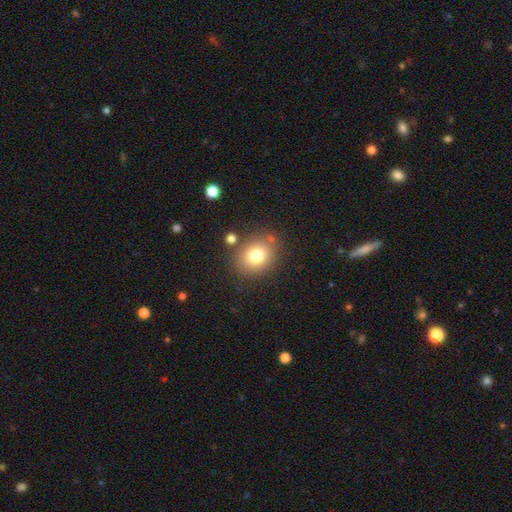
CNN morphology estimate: Smooth or featured? Predicted: smooth (p=0.79). How rounded? Predicted: round (p=0.62). Merging? Predicted: none (p=0.78).